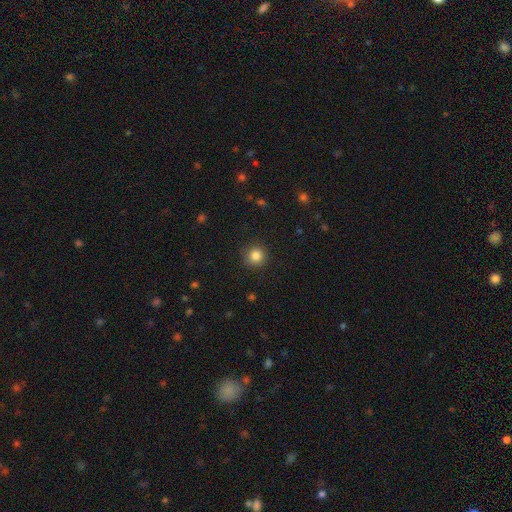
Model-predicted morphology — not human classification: smooth-or-featured: smooth: 85% | star or artifact: 11% | featured or disk: 4%
  how-rounded: round: 94% | in between: 5% | cigar-shaped: 1%
  merging: none: 89% | minor disturbance: 8% | major disturbance: 2% | merger: 1%